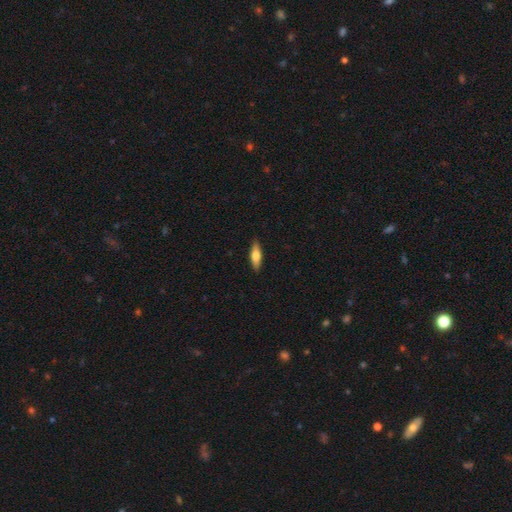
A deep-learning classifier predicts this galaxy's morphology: Smooth or featured? smooth (65%)
How rounded? cigar-shaped (56%)
Merging? none (89%)